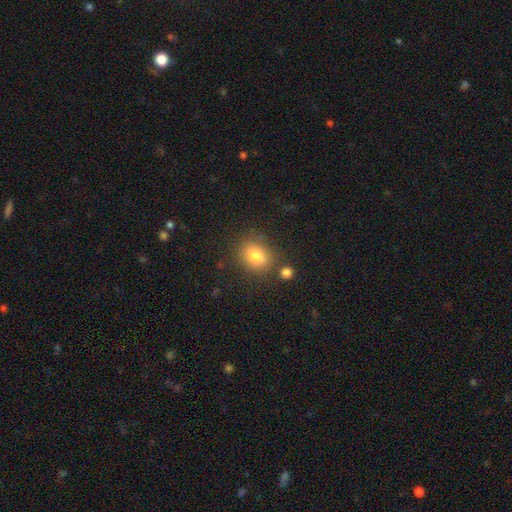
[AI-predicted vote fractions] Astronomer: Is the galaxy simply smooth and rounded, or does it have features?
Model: smooth — 79%.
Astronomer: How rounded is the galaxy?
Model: in between — 55% (runner-up: round, 44%).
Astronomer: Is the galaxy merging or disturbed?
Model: none — 75%.